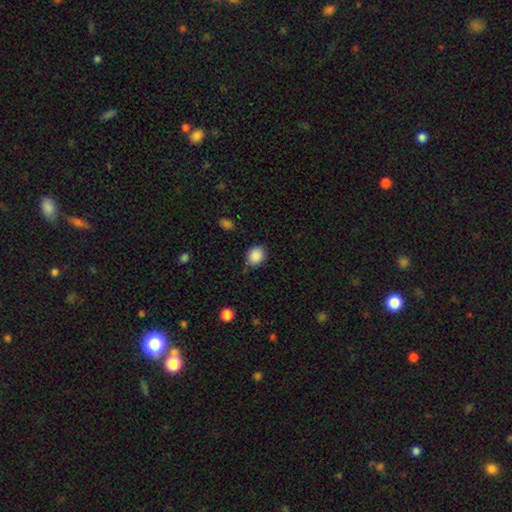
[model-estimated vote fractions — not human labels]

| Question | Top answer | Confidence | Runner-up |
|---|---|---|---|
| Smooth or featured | smooth | 88% | star or artifact (9%) |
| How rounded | round | 64% | in between (35%) |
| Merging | none | 73% | minor disturbance (21%) |